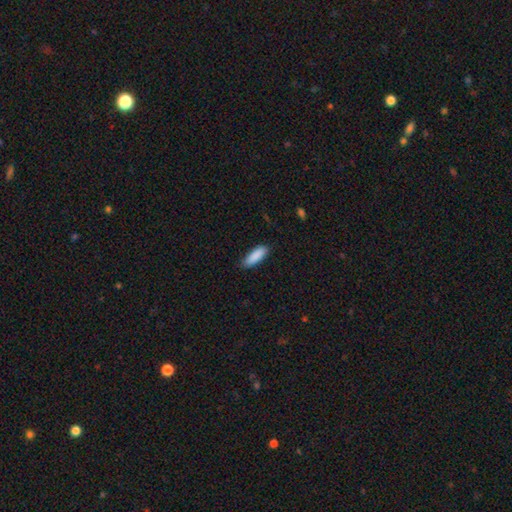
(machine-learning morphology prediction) Smooth or featured?
  - smooth: 90% *
  - star or artifact: 6%
  - featured or disk: 5%
How rounded?
  - in between: 57% *
  - cigar-shaped: 41%
  - round: 2%
Merging?
  - none: 81% *
  - minor disturbance: 15%
  - major disturbance: 2%
  - merger: 1%